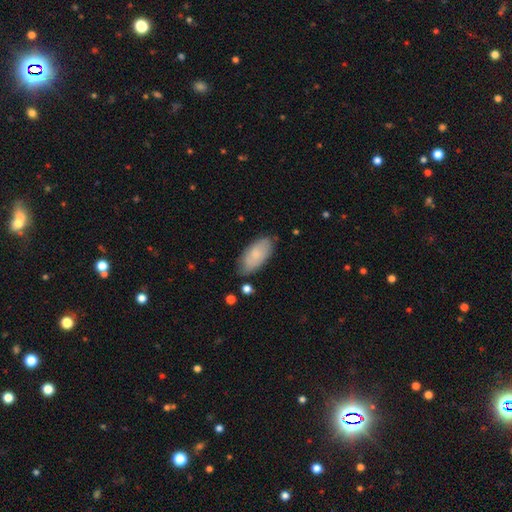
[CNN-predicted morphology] smooth_or_featured: smooth (p=0.77) [alt: featured or disk p=0.16]
how_rounded: in between (p=0.92) [alt: cigar-shaped p=0.06]
merging: none (p=0.75) [alt: minor disturbance p=0.19]